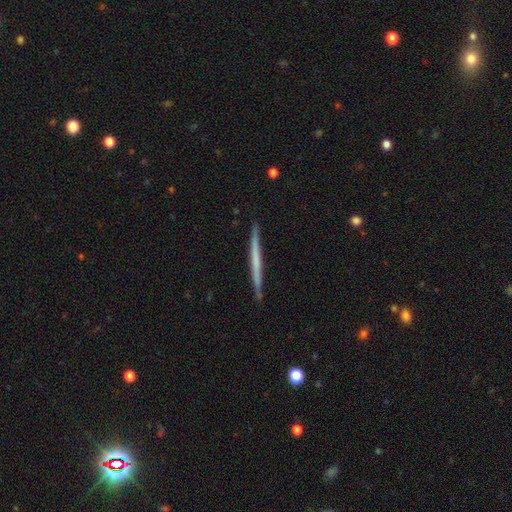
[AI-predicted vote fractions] smooth-or-featured: featured or disk: 51% | smooth: 43% | star or artifact: 6%
  disk-edge-on: yes: 98% | no: 2%
    edge-on-bulge: none: 88% | rounded: 8% | boxy: 4%
  merging: none: 92% | minor disturbance: 6% | major disturbance: 1% | merger: 1%